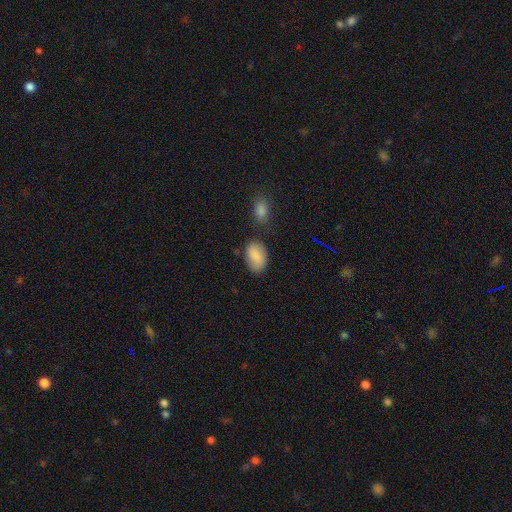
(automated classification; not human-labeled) smooth-or-featured: smooth: 85% | featured or disk: 8% | star or artifact: 7%
  how-rounded: in between: 89% | round: 10% | cigar-shaped: 1%
  merging: none: 71% | minor disturbance: 18% | merger: 7% | major disturbance: 5%